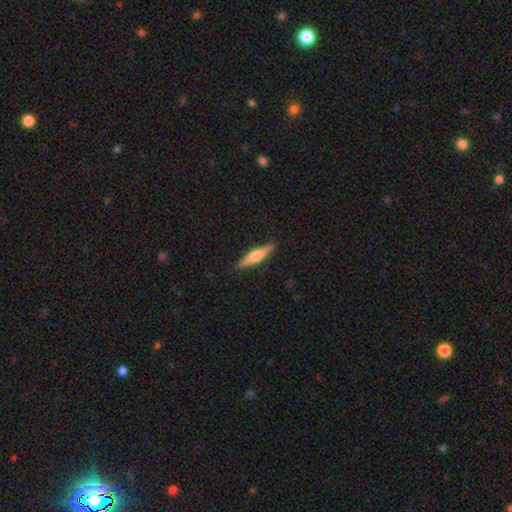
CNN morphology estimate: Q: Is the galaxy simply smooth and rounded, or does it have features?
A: featured or disk — 51%.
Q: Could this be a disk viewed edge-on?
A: yes — 96%.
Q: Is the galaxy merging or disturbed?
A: none — 90%.